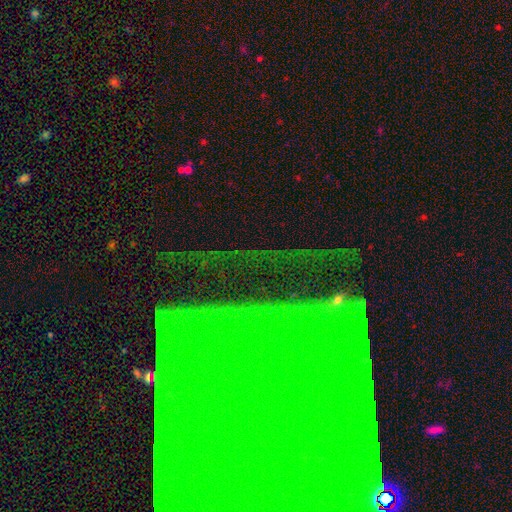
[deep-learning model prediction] The model was most divided on "smooth or featured": star or artifact: 72%, featured or disk: 17%, smooth: 11%.